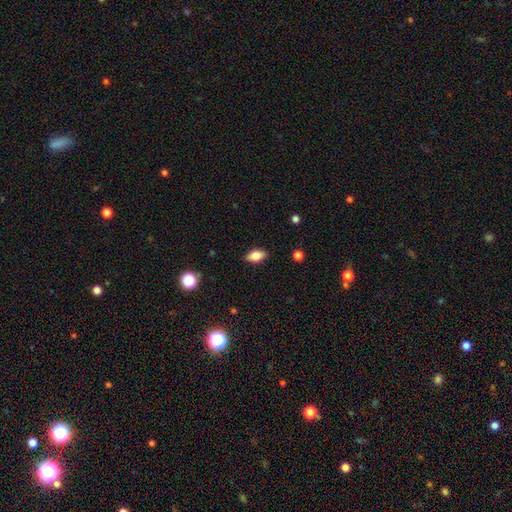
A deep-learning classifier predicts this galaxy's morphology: This appears to be a smooth galaxy with no disk features (77%) that is in between round and cigar-shaped (87%). Merging: none (86%).